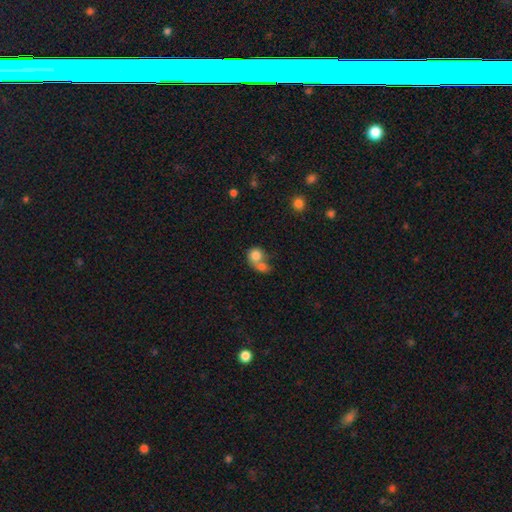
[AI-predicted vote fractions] Smooth or featured?
  - smooth: 78% *
  - featured or disk: 13%
  - star or artifact: 9%
How rounded?
  - round: 73% *
  - in between: 25%
  - cigar-shaped: 1%
Merging?
  - merger: 64% *
  - none: 24%
  - minor disturbance: 7%
  - major disturbance: 5%